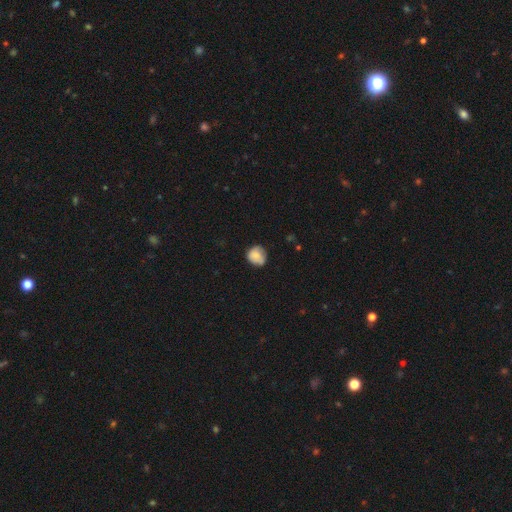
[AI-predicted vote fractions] Smooth or featured: smooth — 78% (featured or disk — 14%)
How rounded: round — 82% (in between — 17%)
Merging: none — 64% (minor disturbance — 29%)